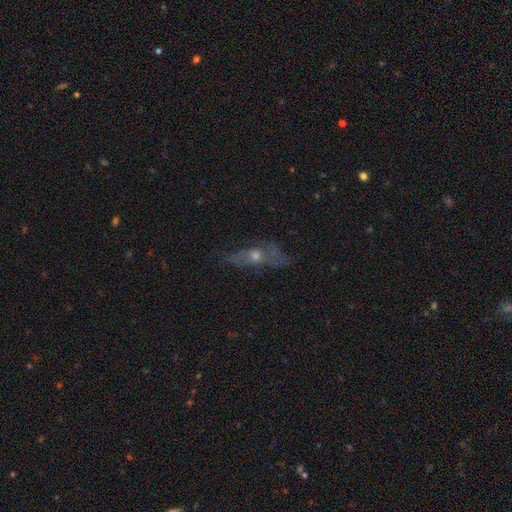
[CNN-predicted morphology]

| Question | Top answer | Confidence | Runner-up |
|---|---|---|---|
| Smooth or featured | featured or disk | 56% | smooth (30%) |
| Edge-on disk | no | 63% | yes (37%) |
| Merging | none | 56% | minor disturbance (24%) |